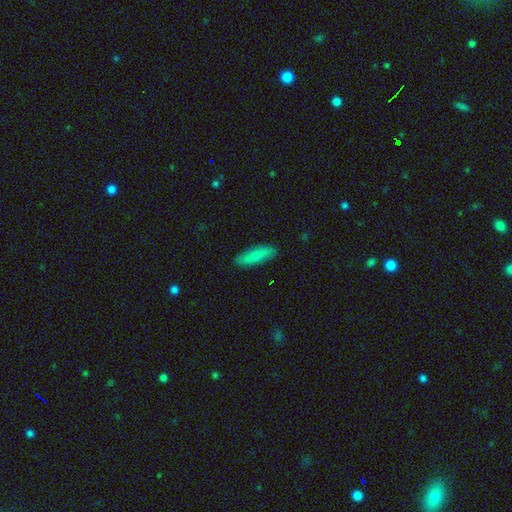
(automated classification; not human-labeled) The model was most divided on "how rounded": cigar-shaped: 54%, in between: 44%, round: 2%. More confident: merging — none (87%); smooth or featured — smooth (78%).